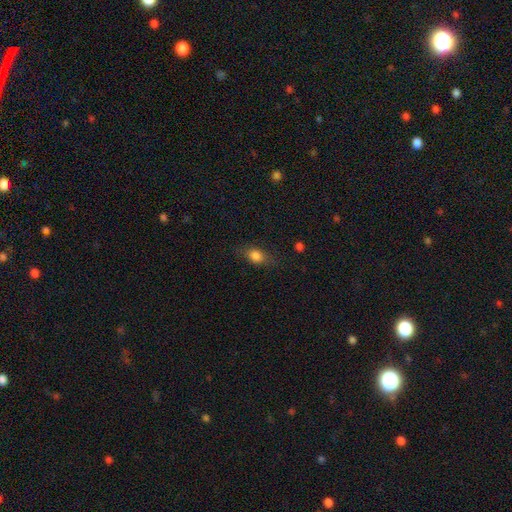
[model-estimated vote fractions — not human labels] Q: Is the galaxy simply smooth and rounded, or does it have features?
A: smooth — 80%.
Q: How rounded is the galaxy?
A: in between — 68%.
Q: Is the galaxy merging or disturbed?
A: none — 72%.